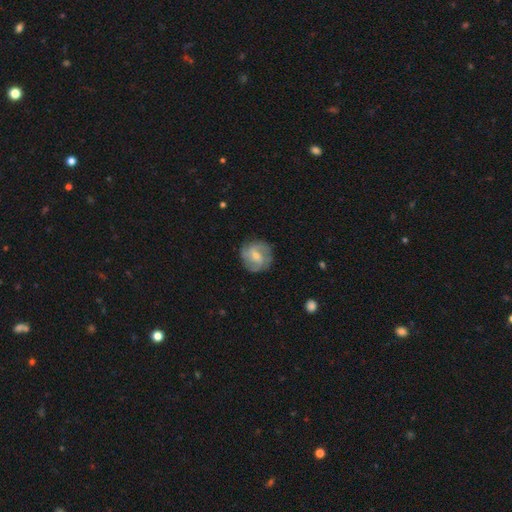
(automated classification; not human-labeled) Morphology: type=featured or disk (62%); edge-on=no (97%); bar=weak (52%); spiral arms=yes (79%); bulge=small (54%); merging=none (78%).